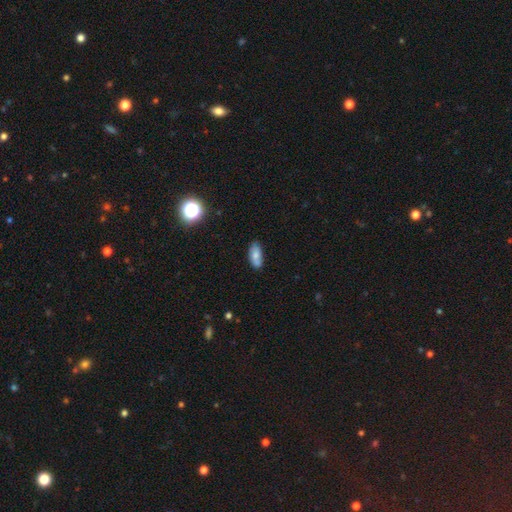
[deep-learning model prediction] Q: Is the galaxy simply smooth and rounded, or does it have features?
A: smooth — 71%.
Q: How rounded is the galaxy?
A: in between — 84%.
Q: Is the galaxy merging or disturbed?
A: none — 72%.